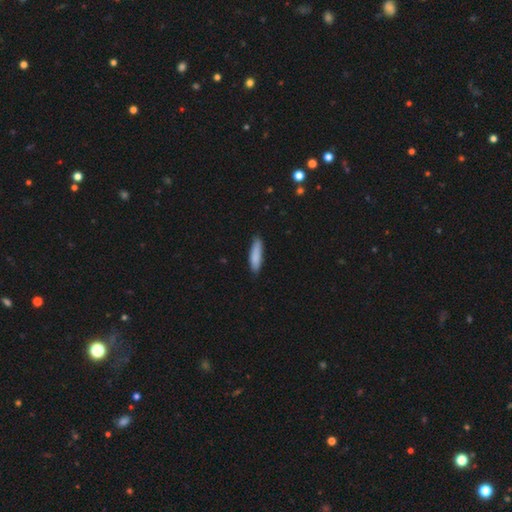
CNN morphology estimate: Smooth or featured: smooth — 86% (featured or disk — 9%)
How rounded: cigar-shaped — 68% (in between — 30%)
Merging: none — 83% (minor disturbance — 14%)